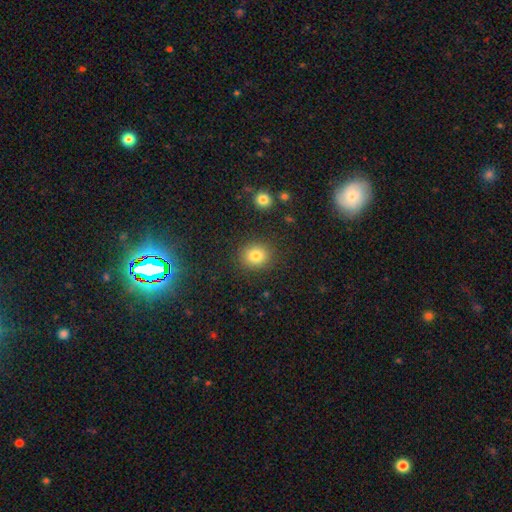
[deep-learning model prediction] A smooth galaxy with no disk features (81%) that is round (73%).

Vote fractions:
- Smooth or featured? smooth: 81% / star or artifact: 11% / featured or disk: 7%
- How rounded? round: 73% / in between: 27% / cigar-shaped: 1%
- Merging? none: 87% / minor disturbance: 8% / major disturbance: 3% / merger: 2%